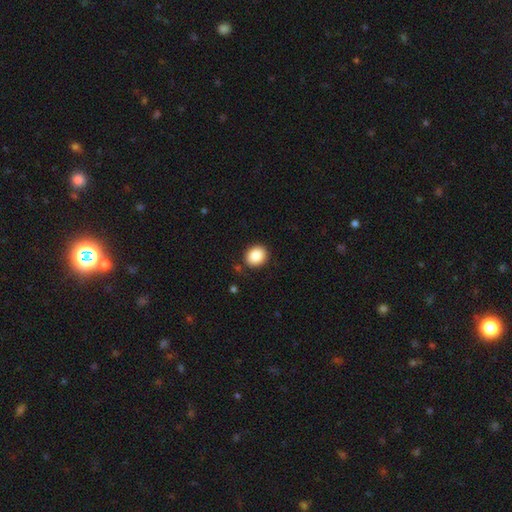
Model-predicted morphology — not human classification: type=smooth (87%); roundness=round (67%); merging=none (86%).